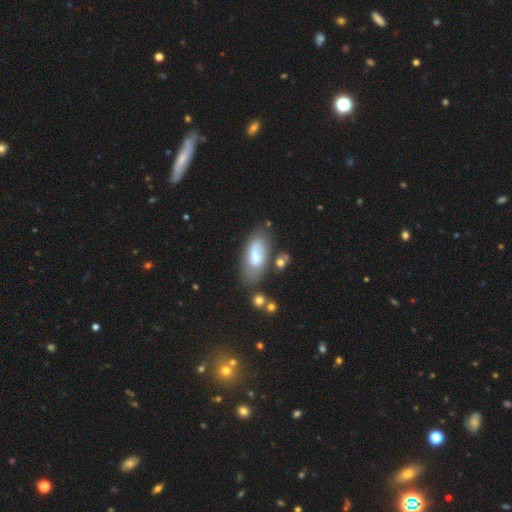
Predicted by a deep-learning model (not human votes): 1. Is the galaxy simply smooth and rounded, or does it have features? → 60% smooth, 33% featured or disk, 7% star or artifact.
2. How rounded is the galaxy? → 87% in between, 10% cigar-shaped, 3% round.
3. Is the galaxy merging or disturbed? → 59% none, 22% minor disturbance, 9% merger, 9% major disturbance.